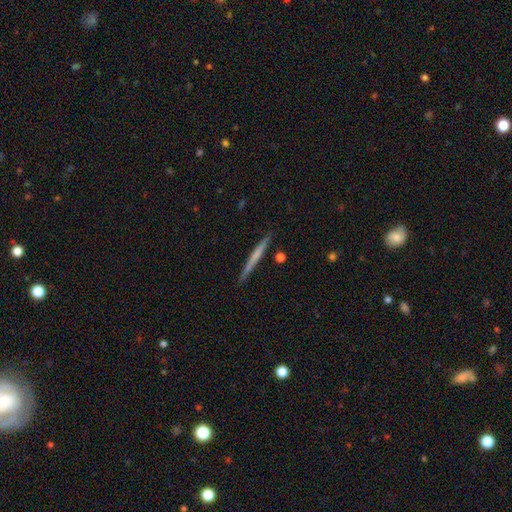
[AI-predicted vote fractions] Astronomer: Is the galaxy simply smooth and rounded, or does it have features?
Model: smooth — 53% (runner-up: featured or disk, 42%).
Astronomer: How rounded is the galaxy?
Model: cigar-shaped — 97%.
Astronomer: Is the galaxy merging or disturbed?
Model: none — 89%.